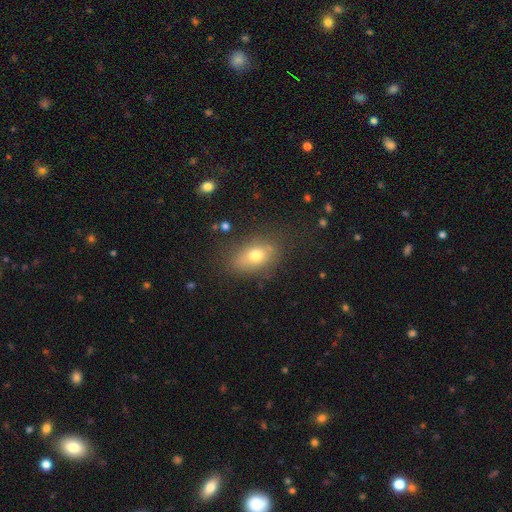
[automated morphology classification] This appears to be a smooth galaxy with no disk features (71%) that is in between round and cigar-shaped (79%). Merging: none (74%).